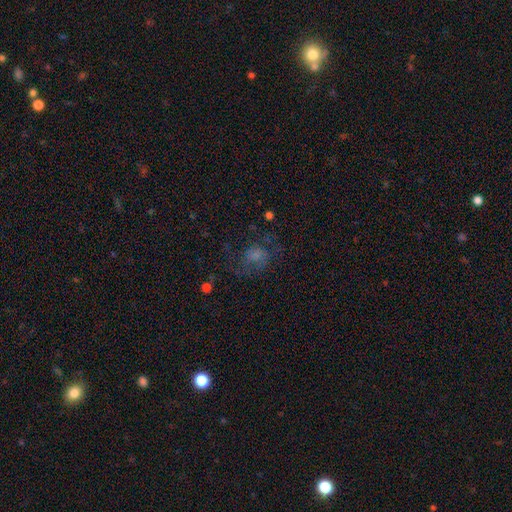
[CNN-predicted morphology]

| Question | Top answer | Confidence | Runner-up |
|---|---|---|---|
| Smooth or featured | smooth | 50% | featured or disk (33%) |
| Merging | none | 50% | major disturbance (29%) |